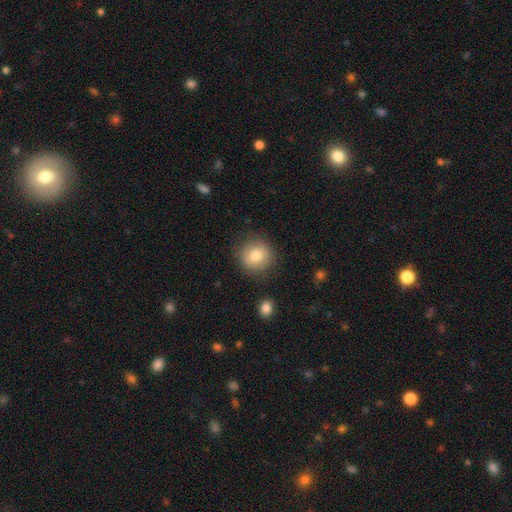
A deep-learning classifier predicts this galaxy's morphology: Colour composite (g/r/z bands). It shows a smooth galaxy with no disk features (80%) that is round (92%). Merging: none (85%).